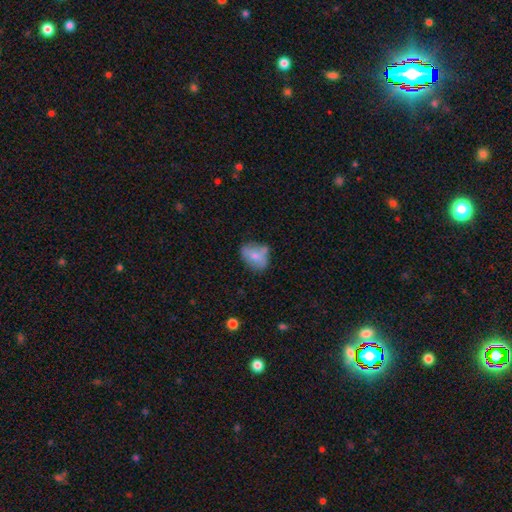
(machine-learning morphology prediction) smooth 63%, featured or disk 28%, star or artifact 9%. Down the decision tree: how rounded — in between (72%); merging — none (44%).